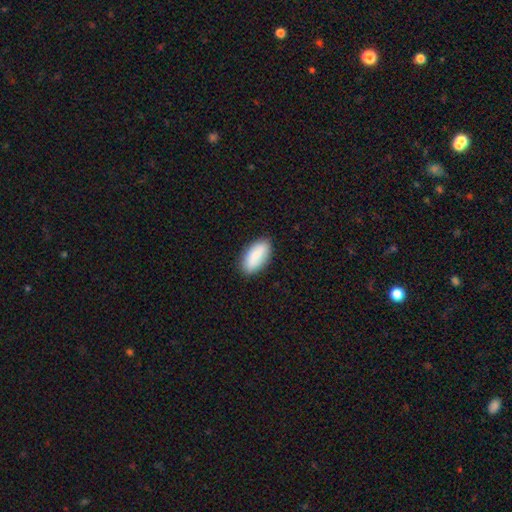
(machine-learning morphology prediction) smooth-or-featured: smooth: 81% | featured or disk: 13% | star or artifact: 6%
  how-rounded: in between: 92% | cigar-shaped: 5% | round: 3%
  merging: none: 84% | minor disturbance: 13% | major disturbance: 3% | merger: 1%